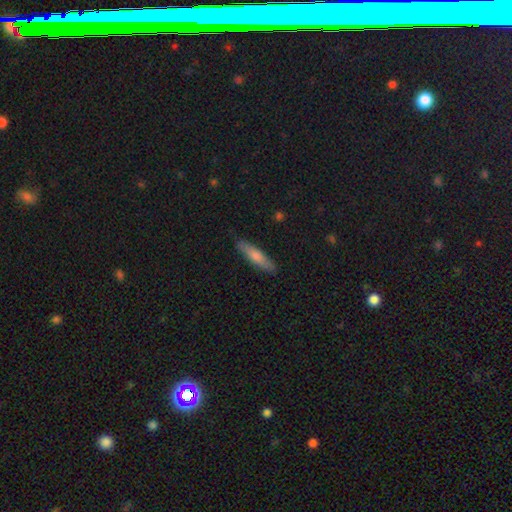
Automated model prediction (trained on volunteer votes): Smooth or featured? Predicted: smooth (p=0.67). How rounded? Predicted: cigar-shaped (p=0.82). Merging? Predicted: none (p=0.88).